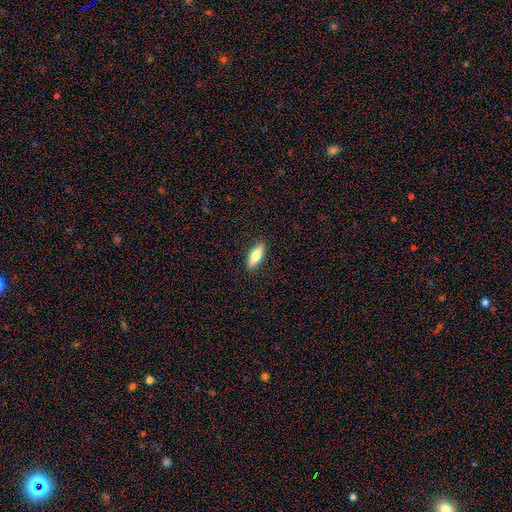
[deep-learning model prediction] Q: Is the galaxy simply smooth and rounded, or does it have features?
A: smooth — 65%.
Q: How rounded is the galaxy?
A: in between — 56%.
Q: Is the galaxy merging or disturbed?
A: none — 89%.